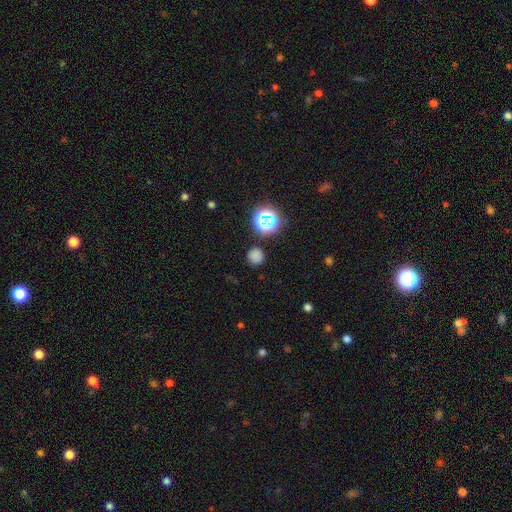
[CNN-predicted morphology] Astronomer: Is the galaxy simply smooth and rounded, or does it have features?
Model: smooth — 73%.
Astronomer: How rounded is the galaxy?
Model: round — 92%.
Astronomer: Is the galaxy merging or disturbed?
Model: none — 86%.